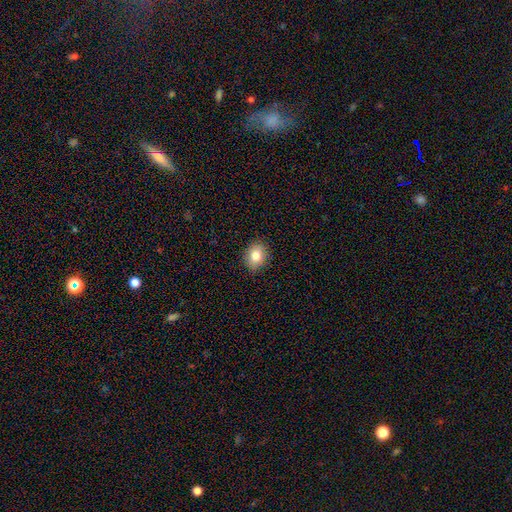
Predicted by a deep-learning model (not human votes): Q: Smooth or featured?
A: smooth (81%); runner-up: featured or disk (10%)
Q: How rounded?
A: round (53%); runner-up: in between (46%)
Q: Merging?
A: none (90%); runner-up: minor disturbance (8%)